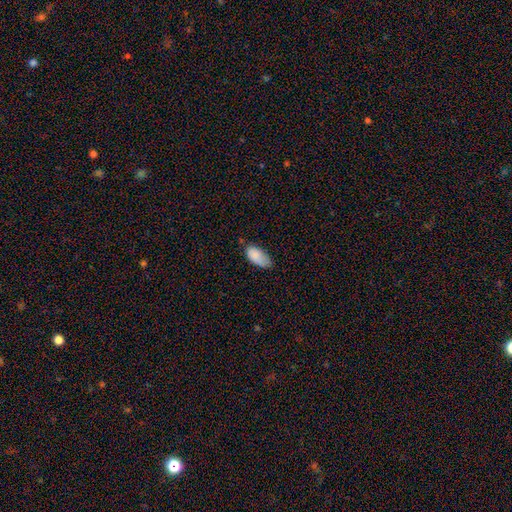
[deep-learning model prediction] Smooth or featured? smooth (85%)
How rounded? in between (93%)
Merging? none (50%)